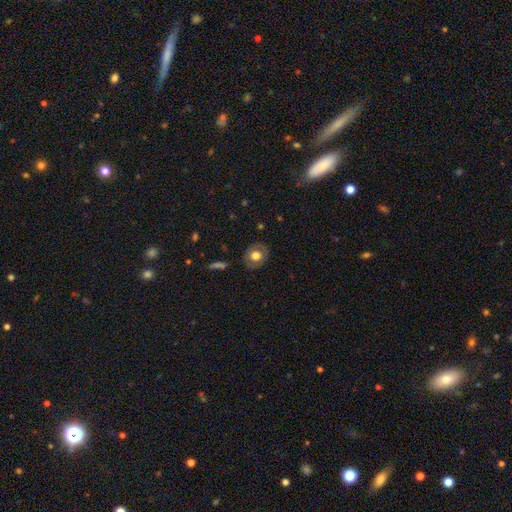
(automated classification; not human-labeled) This appears to be a smooth galaxy with no disk features (65%) that is round (59%). Merging: none (82%).